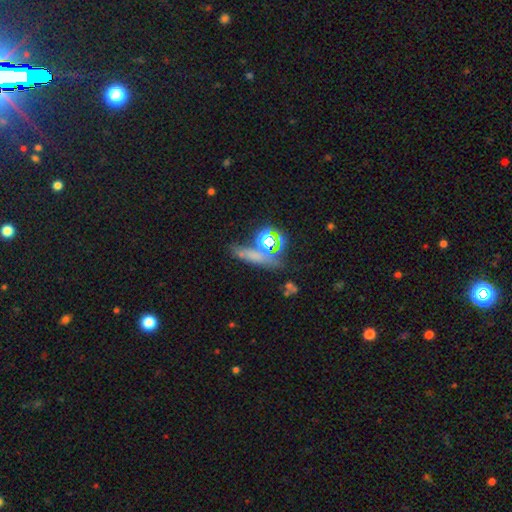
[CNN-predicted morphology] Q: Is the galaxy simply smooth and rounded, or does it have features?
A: smooth — 44%.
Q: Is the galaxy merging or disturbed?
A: none — 56%.